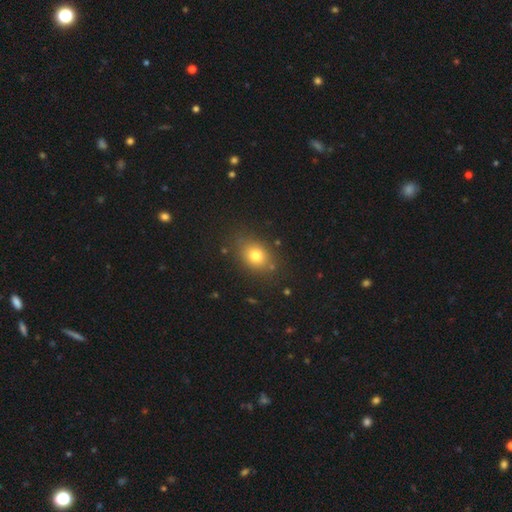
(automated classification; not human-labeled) smooth_or_featured: smooth (p=0.77) [alt: star or artifact p=0.12]
how_rounded: in between (p=0.59) [alt: round p=0.40]
merging: none (p=0.80) [alt: minor disturbance p=0.13]